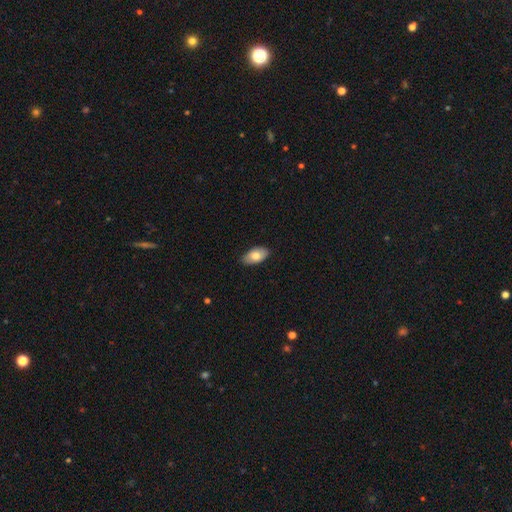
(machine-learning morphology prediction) This appears to be a smooth galaxy with no disk features (78%) that is in between round and cigar-shaped (94%). Merging: none (85%).